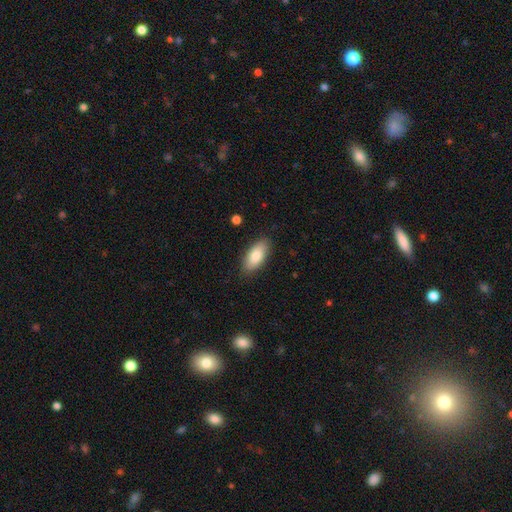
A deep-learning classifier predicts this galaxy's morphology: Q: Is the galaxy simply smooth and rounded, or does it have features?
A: smooth — 83%.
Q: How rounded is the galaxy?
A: in between — 87%.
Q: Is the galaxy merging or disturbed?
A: none — 86%.